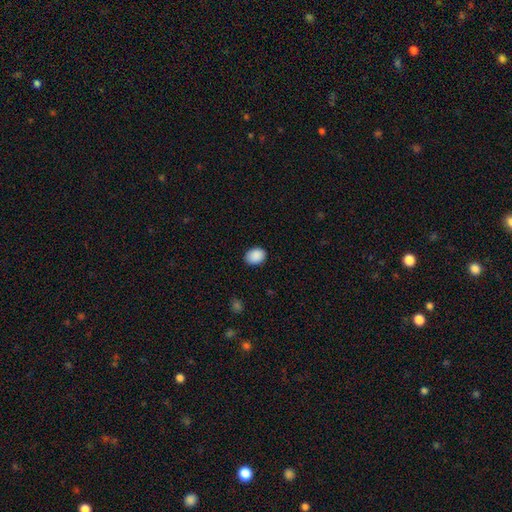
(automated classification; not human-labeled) Smooth or featured: smooth — 90% (star or artifact — 7%)
How rounded: in between — 58% (round — 41%)
Merging: none — 88% (minor disturbance — 9%)